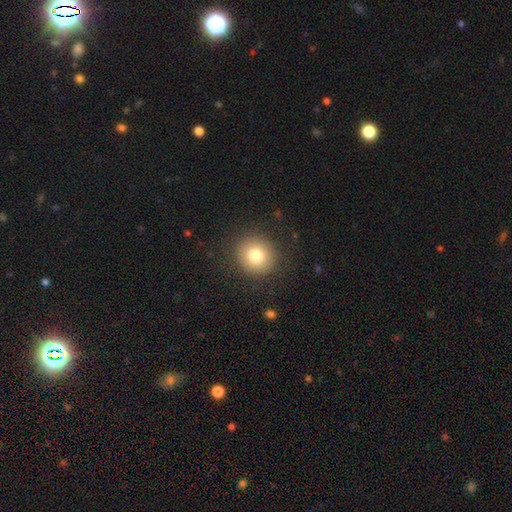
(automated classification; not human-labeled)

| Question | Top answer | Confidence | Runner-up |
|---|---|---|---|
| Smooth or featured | smooth | 80% | star or artifact (10%) |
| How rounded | round | 90% | in between (9%) |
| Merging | none | 89% | minor disturbance (7%) |